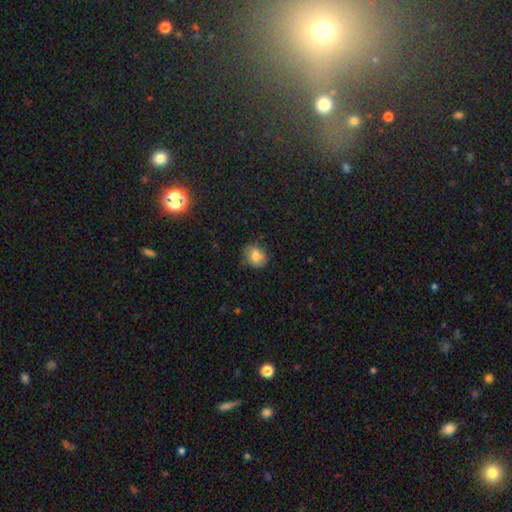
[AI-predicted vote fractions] Overall: smooth (79%). How rounded: round (68%; in between 31%). Merging: none (79%).